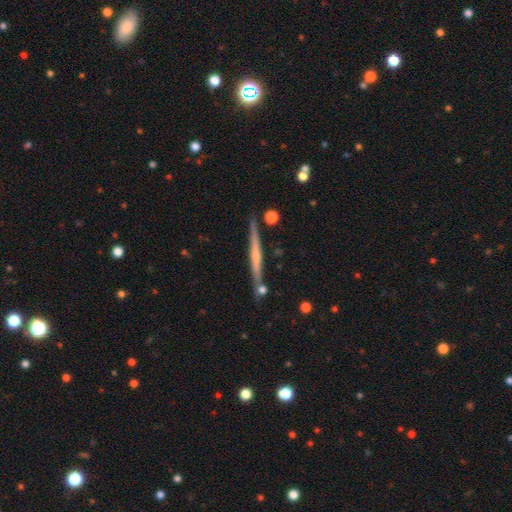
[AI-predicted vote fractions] Smooth or featured?
  - featured or disk: 61% *
  - smooth: 33%
  - star or artifact: 6%
Edge-on disk?
  - yes: 97% *
  - no: 3%
Edge-on bulge?
  - none: 63% *
  - rounded: 29%
  - boxy: 9%
Merging?
  - none: 86% *
  - minor disturbance: 9%
  - merger: 4%
  - major disturbance: 2%